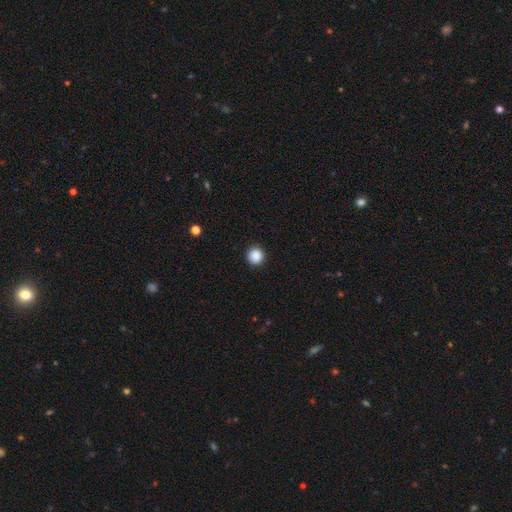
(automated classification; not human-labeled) A smooth galaxy with no disk features (88%) that is round (95%). Merging: none (93%).